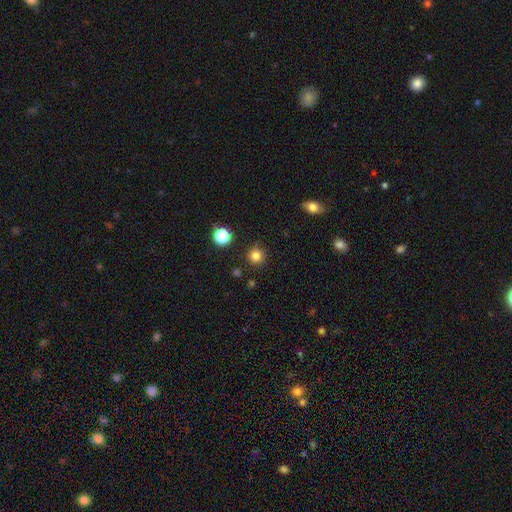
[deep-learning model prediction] smooth-or-featured: smooth: 82% | star or artifact: 14% | featured or disk: 4%
  how-rounded: round: 95% | in between: 4% | cigar-shaped: 1%
  merging: none: 90% | minor disturbance: 6% | major disturbance: 2% | merger: 2%